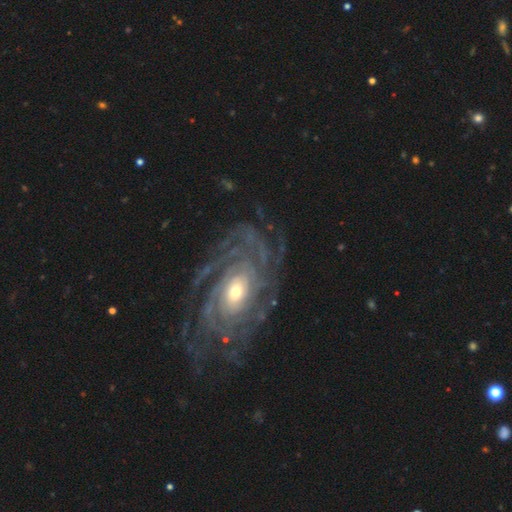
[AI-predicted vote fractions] Smooth or featured? featured or disk (87%)
Edge-on disk? no (96%)
Bar? no (55%)
Spiral arms? yes (97%)
Spiral winding? tight (76%)
Spiral arm count? can't tell (30%)
Bulge size? moderate (60%)
Merging? none (81%)